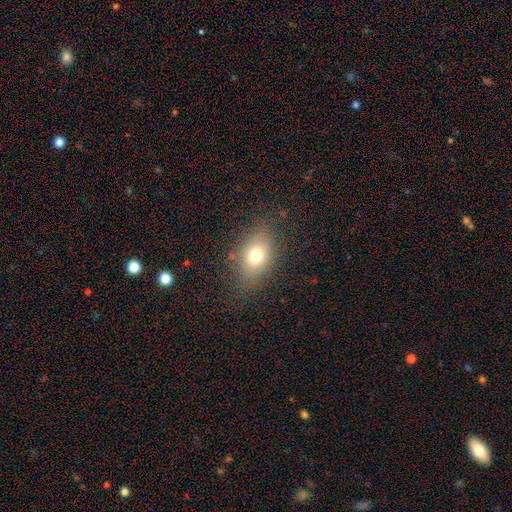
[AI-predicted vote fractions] A smooth galaxy with no disk features (73%) that is in between round and cigar-shaped (73%). Merging: none (78%).